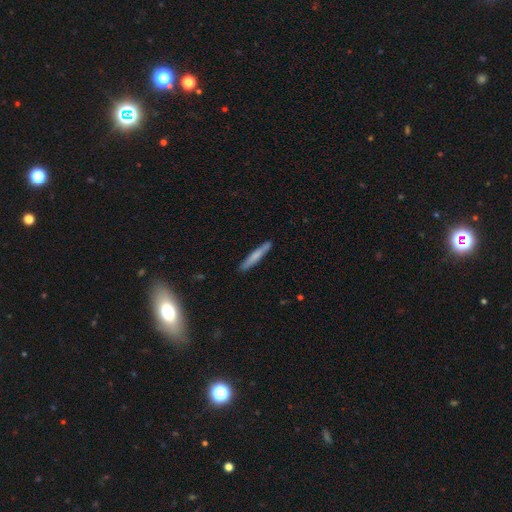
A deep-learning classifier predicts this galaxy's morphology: A smooth galaxy with no disk features (67%) that is cigar-shaped (95%).

Vote fractions:
- Smooth or featured? smooth: 67% / featured or disk: 27% / star or artifact: 6%
- How rounded? cigar-shaped: 95% / in between: 3% / round: 1%
- Merging? none: 88% / minor disturbance: 9% / major disturbance: 2% / merger: 1%